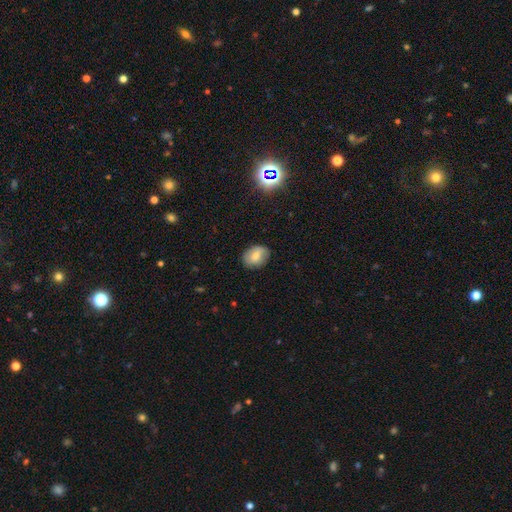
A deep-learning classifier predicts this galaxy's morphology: Smooth or featured: smooth — 67% (featured or disk — 23%)
How rounded: in between — 67% (round — 31%)
Merging: none — 82% (minor disturbance — 14%)